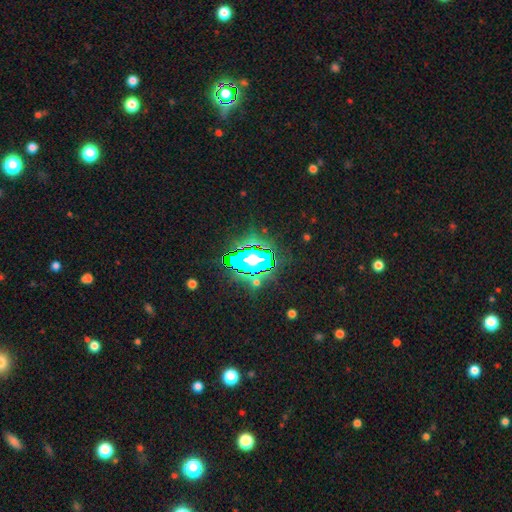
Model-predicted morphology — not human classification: A star or artifact, not a galaxy (78%).

Vote fractions:
- Smooth or featured? star or artifact: 78% / smooth: 12% / featured or disk: 10%